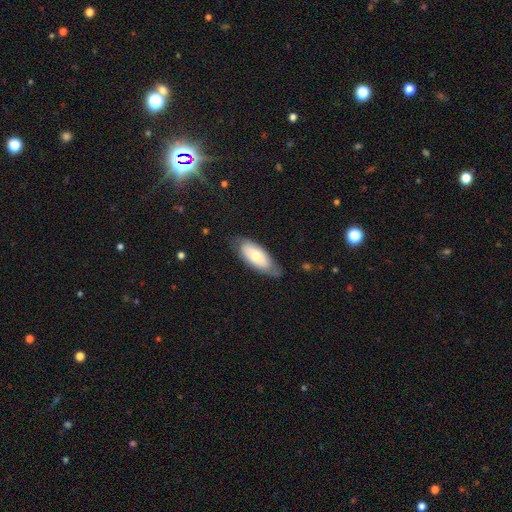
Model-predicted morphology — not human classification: smooth_or_featured: smooth (p=0.62) [alt: featured or disk p=0.33]
how_rounded: in between (p=0.84) [alt: cigar-shaped p=0.14]
merging: none (p=0.65) [alt: minor disturbance p=0.27]